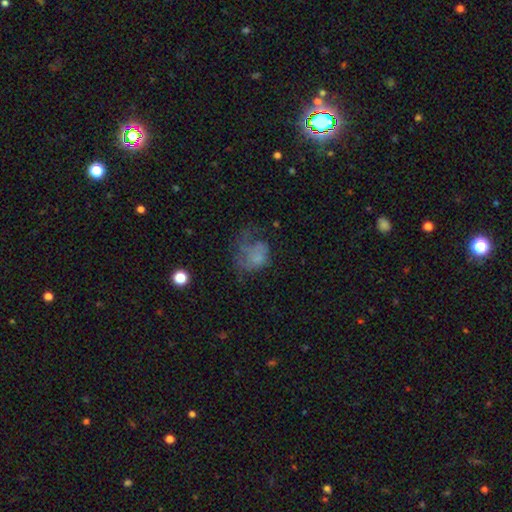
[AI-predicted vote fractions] This is possibly a smooth galaxy (48%). Merging: possibly major disturbance (50%).